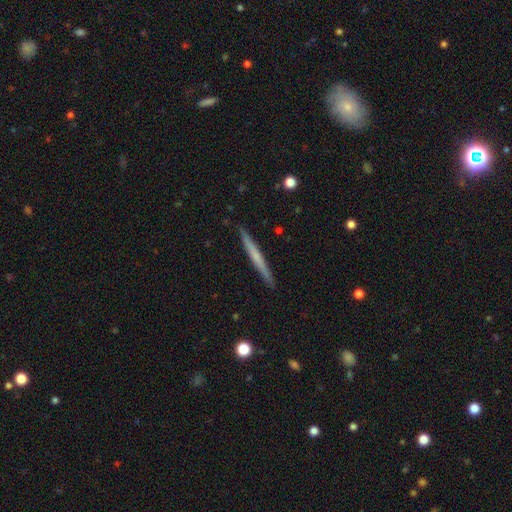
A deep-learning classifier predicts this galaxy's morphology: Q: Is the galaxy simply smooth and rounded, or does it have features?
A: featured or disk — 51%.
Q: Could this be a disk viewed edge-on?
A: yes — 98%.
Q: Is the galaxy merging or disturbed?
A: none — 92%.